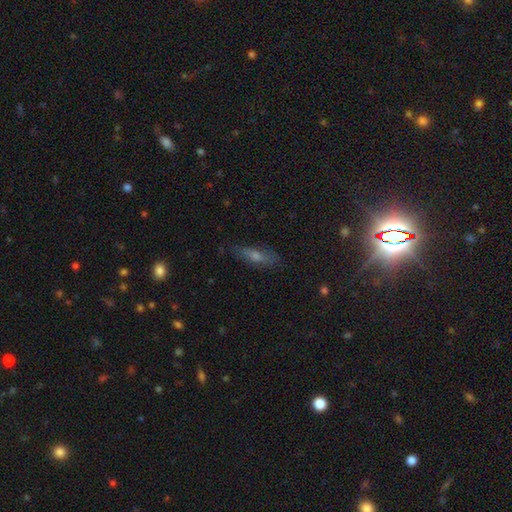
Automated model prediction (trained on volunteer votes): Morphology: type=smooth (40%, tied with featured or disk); merging=none (80%).